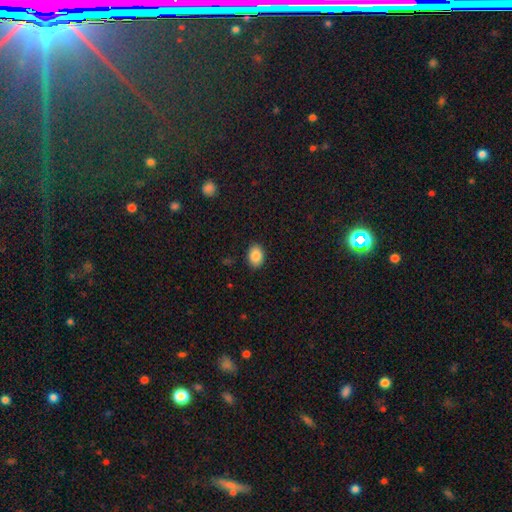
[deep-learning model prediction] Overall: smooth (87%). How rounded: in between (72%). Merging: none (89%).